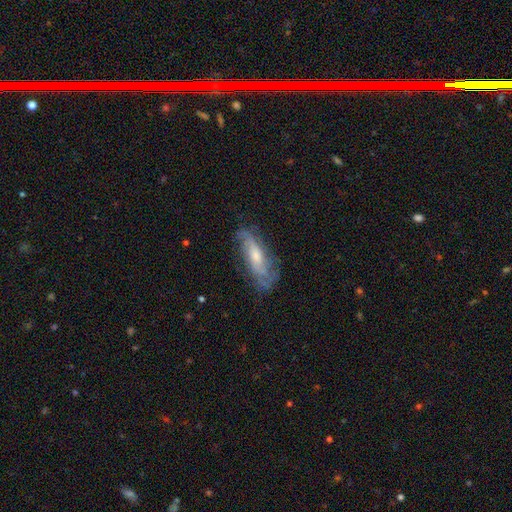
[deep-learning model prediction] Overall: featured or disk (73%). Edge-on disk: no (81%). Bar: no (56%; weak 34%). Spiral arms: yes (90%). Spiral arm count: 2 (43%; can't tell 34%). Spiral winding: medium (41%; tight 35%). Bulge size: moderate (52%; small 36%). Merging: none (70%).